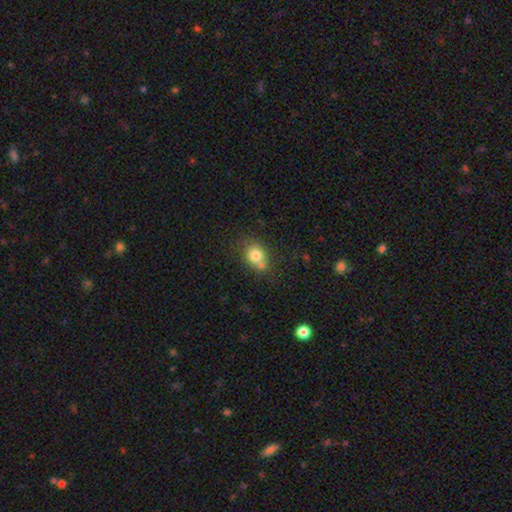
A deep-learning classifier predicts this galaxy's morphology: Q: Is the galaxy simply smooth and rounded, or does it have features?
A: smooth — 78%.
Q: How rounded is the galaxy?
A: round — 63%.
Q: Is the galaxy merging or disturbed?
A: none — 54%.